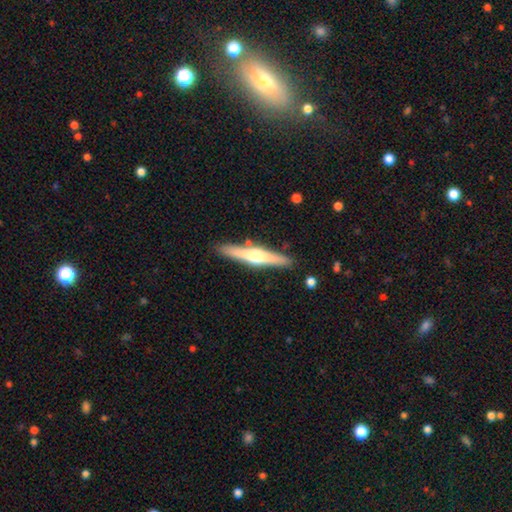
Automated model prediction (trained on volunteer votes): featured or disk 64%, smooth 31%, star or artifact 5%. Down the decision tree: edge-on disk — yes (97%); edge-on bulge — rounded (91%); merging — none (87%).